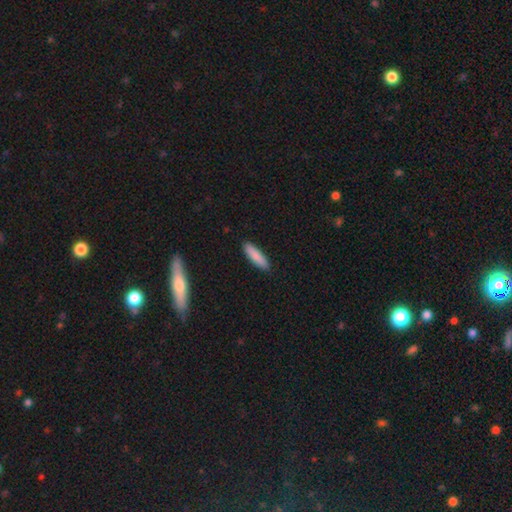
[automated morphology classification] This is clearly a smooth galaxy (87%). How rounded: likely cigar-shaped (64%). Merging: clearly none (90%).